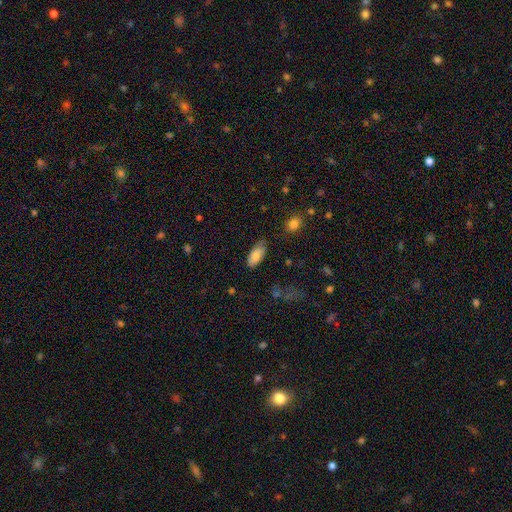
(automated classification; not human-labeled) smooth_or_featured: smooth (p=0.81) [alt: featured or disk p=0.12]
how_rounded: in between (p=0.89) [alt: cigar-shaped p=0.09]
merging: none (p=0.71) [alt: minor disturbance p=0.23]